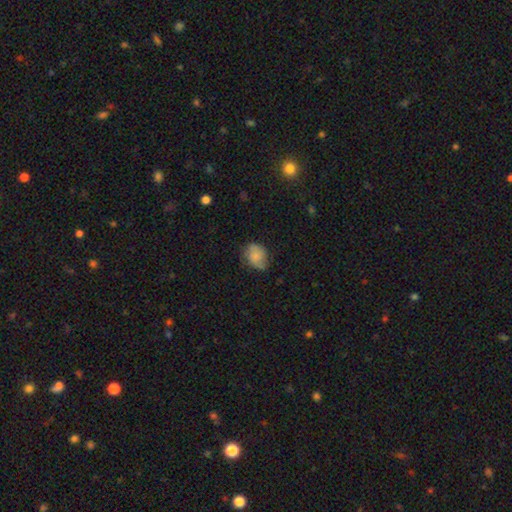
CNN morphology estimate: Smooth or featured: smooth — 68% (featured or disk — 24%)
How rounded: in between — 52% (round — 47%)
Merging: none — 59% (minor disturbance — 30%)